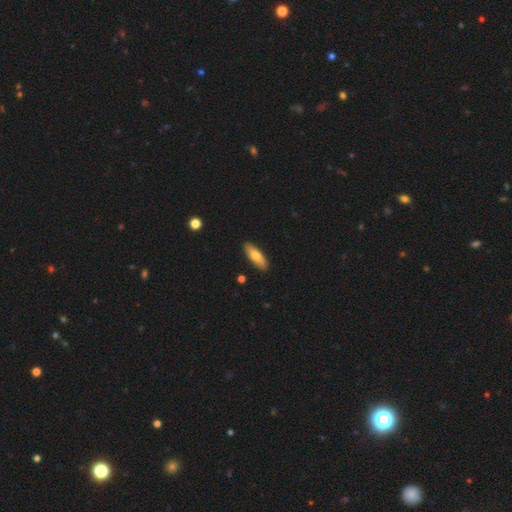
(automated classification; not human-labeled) This appears to be a smooth galaxy with no disk features (73%) that is in between round and cigar-shaped (53%). Merging: none (89%).